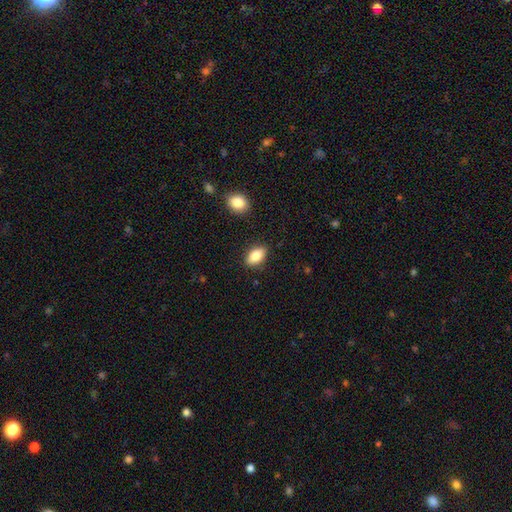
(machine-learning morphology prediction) A smooth galaxy with no disk features (85%) that is in between round and cigar-shaped (91%).

Vote fractions:
- Smooth or featured? smooth: 85% / featured or disk: 8% / star or artifact: 7%
- How rounded? in between: 91% / round: 6% / cigar-shaped: 3%
- Merging? none: 86% / minor disturbance: 9% / major disturbance: 2% / merger: 2%